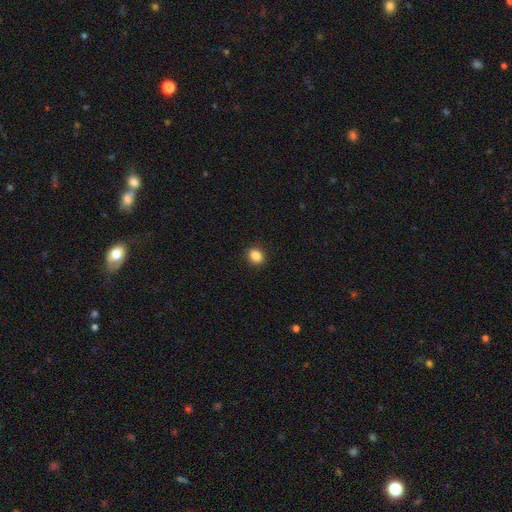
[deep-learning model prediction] Smooth or featured: smooth — 87% (star or artifact — 10%)
How rounded: round — 56% (in between — 43%)
Merging: none — 91% (minor disturbance — 6%)